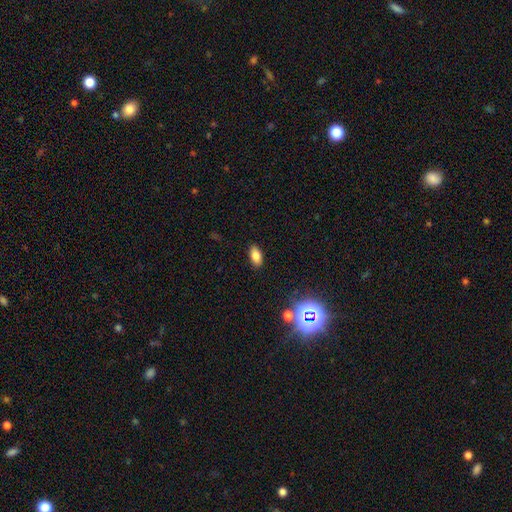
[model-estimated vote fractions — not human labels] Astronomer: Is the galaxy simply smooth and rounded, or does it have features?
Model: smooth — 81%.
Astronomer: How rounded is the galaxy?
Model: in between — 90%.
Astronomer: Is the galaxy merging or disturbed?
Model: none — 88%.